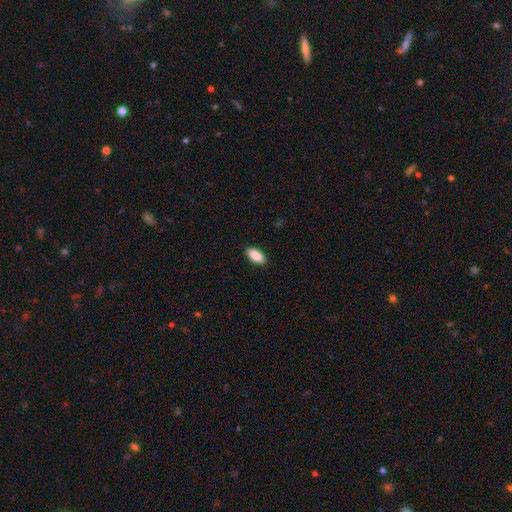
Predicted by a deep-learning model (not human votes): smooth 88%, star or artifact 6%, featured or disk 6%. Down the decision tree: how rounded — in between (90%); merging — none (90%).